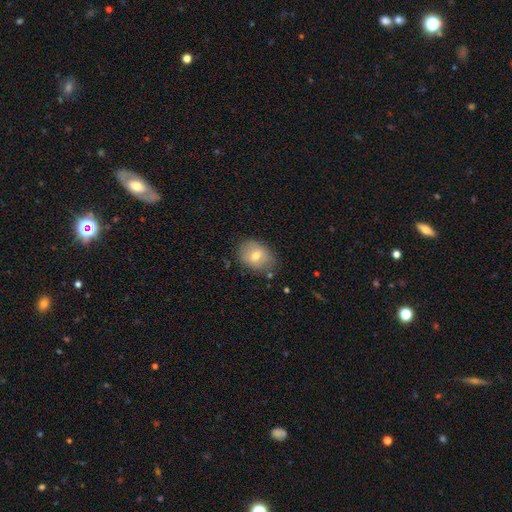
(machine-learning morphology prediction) This appears to be a smooth galaxy with no disk features (70%) that is in between round and cigar-shaped (64%). Merging: none (76%).